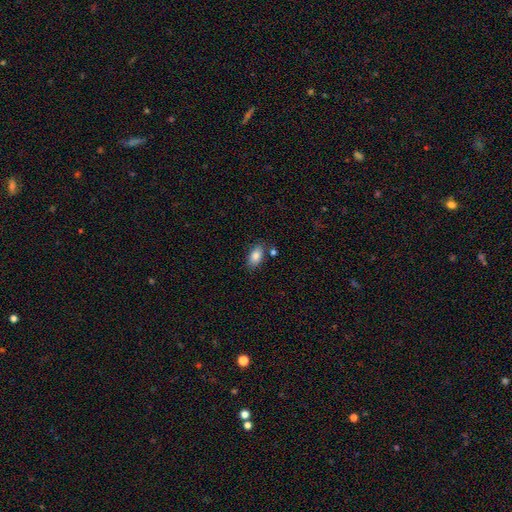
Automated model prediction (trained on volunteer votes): This is clearly a smooth galaxy (84%). How rounded: clearly in between (91%). Merging: likely none (77%).